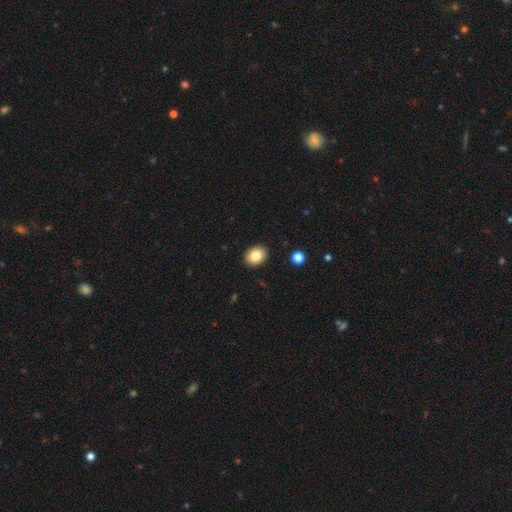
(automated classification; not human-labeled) This is clearly a smooth galaxy (83%). How rounded: possibly in between (57%). Merging: clearly none (91%).